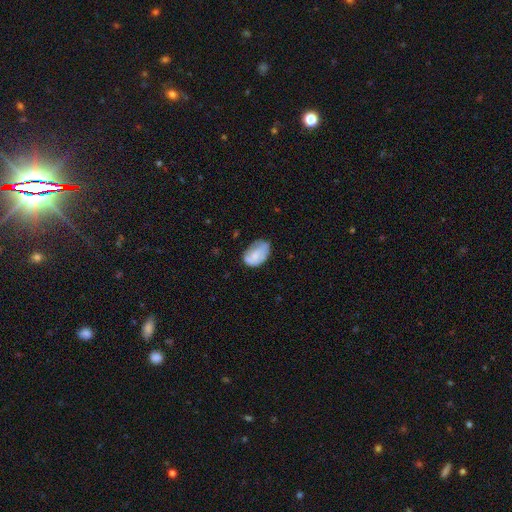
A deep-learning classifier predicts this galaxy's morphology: Smooth or featured? Predicted: smooth (p=0.65). How rounded? Predicted: in between (p=0.87). Merging? Predicted: none (p=0.54).